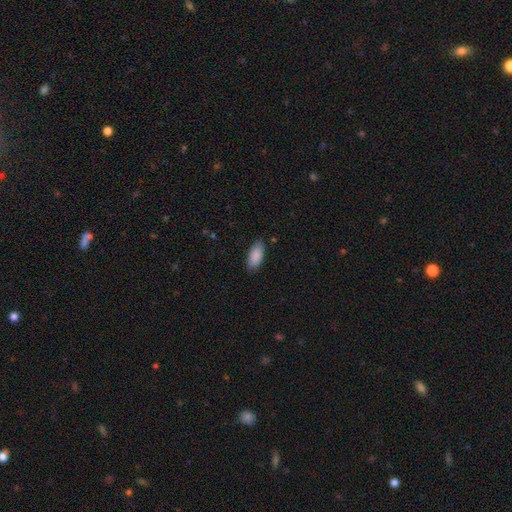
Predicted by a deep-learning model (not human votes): Smooth or featured?
  - smooth: 89% *
  - star or artifact: 6%
  - featured or disk: 5%
How rounded?
  - in between: 89% *
  - cigar-shaped: 9%
  - round: 2%
Merging?
  - none: 83% *
  - minor disturbance: 14%
  - major disturbance: 2%
  - merger: 1%